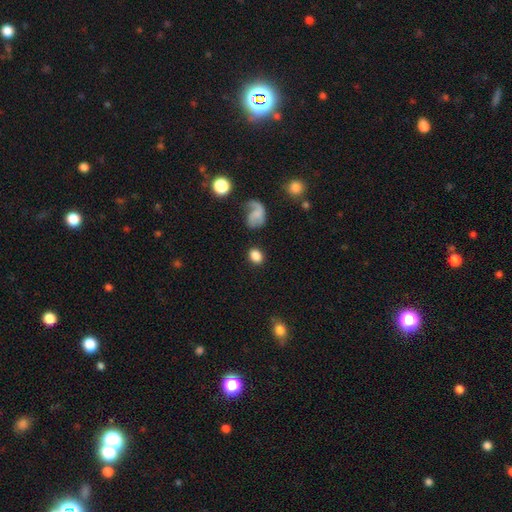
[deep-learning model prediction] This is clearly a smooth galaxy (80%). How rounded: likely in between (61%). Merging: likely none (78%).